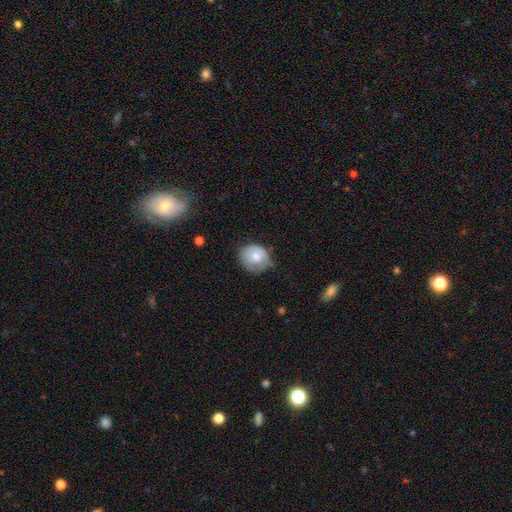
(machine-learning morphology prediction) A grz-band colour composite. It shows a smooth galaxy with no disk features (66%) that is round (70%). Merging: none (49%).